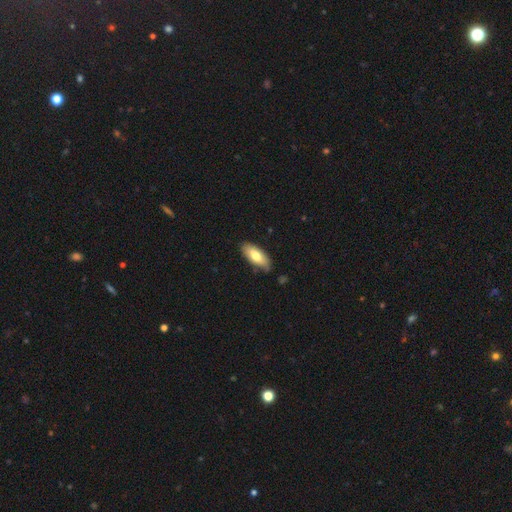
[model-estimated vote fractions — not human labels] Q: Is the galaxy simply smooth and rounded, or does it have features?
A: smooth — 75%.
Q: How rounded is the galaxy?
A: in between — 83%.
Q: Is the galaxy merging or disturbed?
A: none — 80%.